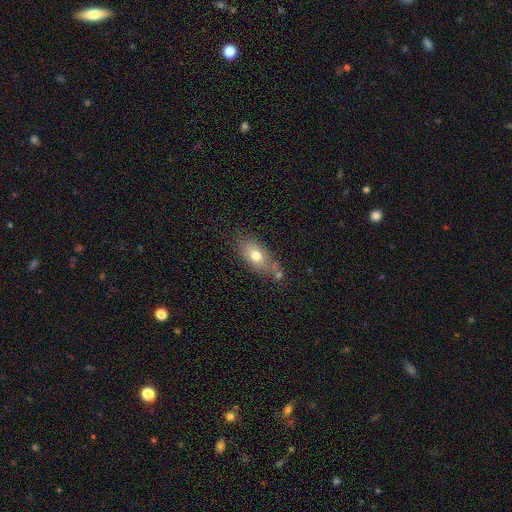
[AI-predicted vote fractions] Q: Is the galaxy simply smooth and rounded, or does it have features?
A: smooth — 71%.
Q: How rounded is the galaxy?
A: in between — 81%.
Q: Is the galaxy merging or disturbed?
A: none — 57%.